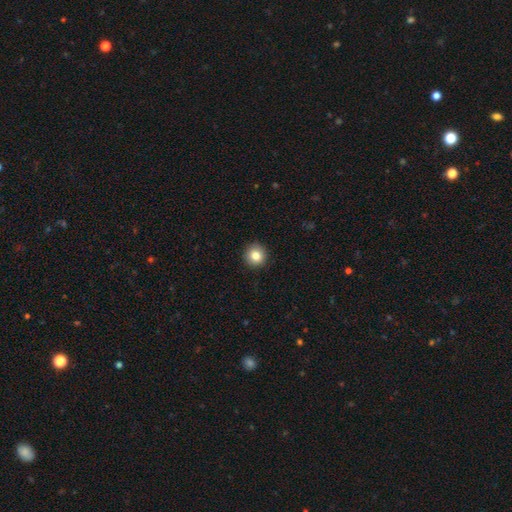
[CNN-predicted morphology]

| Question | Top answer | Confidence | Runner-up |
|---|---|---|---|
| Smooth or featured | smooth | 83% | star or artifact (10%) |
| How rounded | round | 94% | in between (6%) |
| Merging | none | 92% | minor disturbance (5%) |